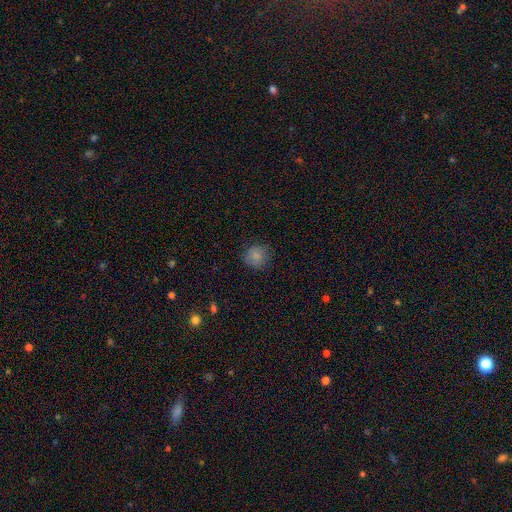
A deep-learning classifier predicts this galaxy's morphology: type=smooth (83%); roundness=round (86%); merging=none (80%).